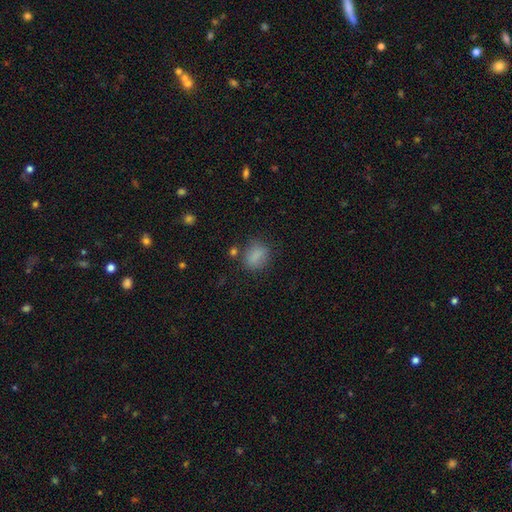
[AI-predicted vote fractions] This appears to be a smooth galaxy with no disk features (82%) that is in between round and cigar-shaped (55%). Merging: none (73%).